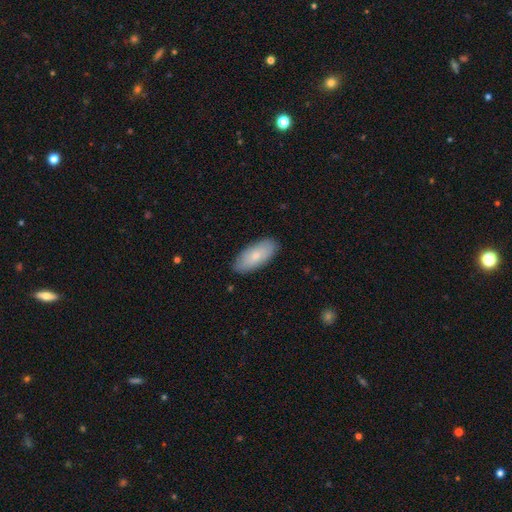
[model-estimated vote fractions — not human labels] smooth_or_featured: smooth (p=0.74) [alt: featured or disk p=0.20]
how_rounded: in between (p=0.88) [alt: cigar-shaped p=0.10]
merging: none (p=0.86) [alt: minor disturbance p=0.11]